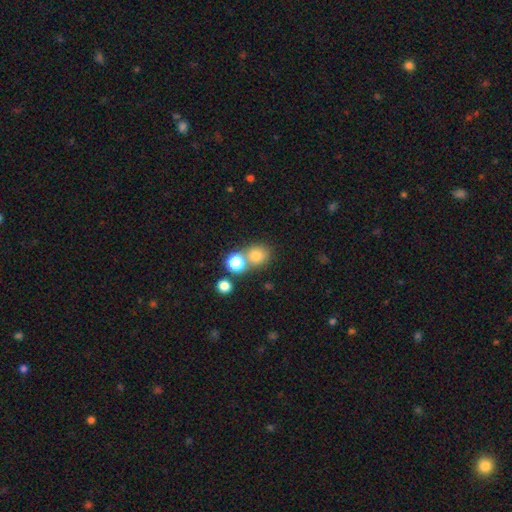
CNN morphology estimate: smooth 77%, star or artifact 15%, featured or disk 8%. Down the decision tree: how rounded — round (77%); merging — none (56%).